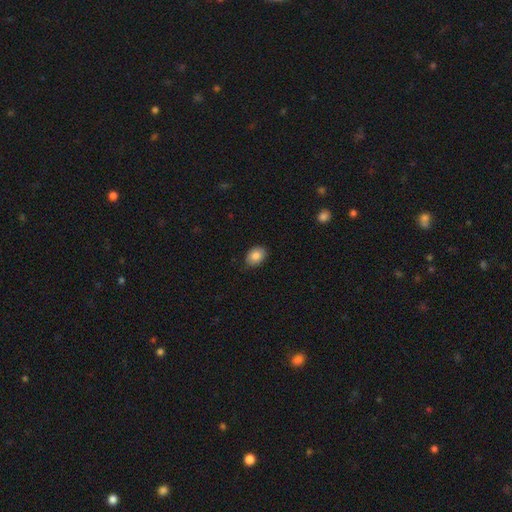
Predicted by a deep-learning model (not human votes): smooth-or-featured: smooth: 84% | featured or disk: 8% | star or artifact: 8%
  how-rounded: in between: 76% | round: 23% | cigar-shaped: 1%
  merging: none: 85% | minor disturbance: 12% | major disturbance: 2% | merger: 1%